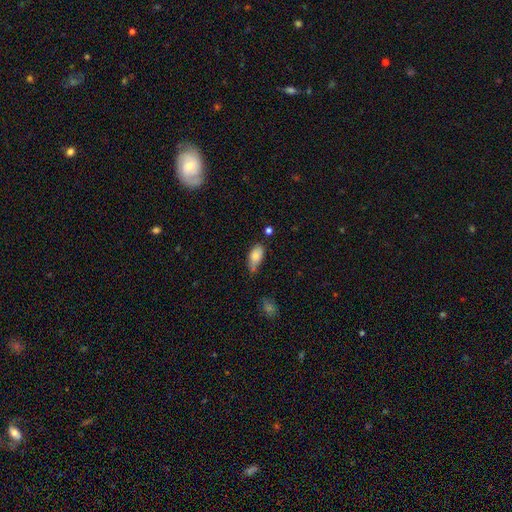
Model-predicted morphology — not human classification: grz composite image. It shows a smooth galaxy with no disk features (79%) that is in between round and cigar-shaped (89%). Merging: none (44%).